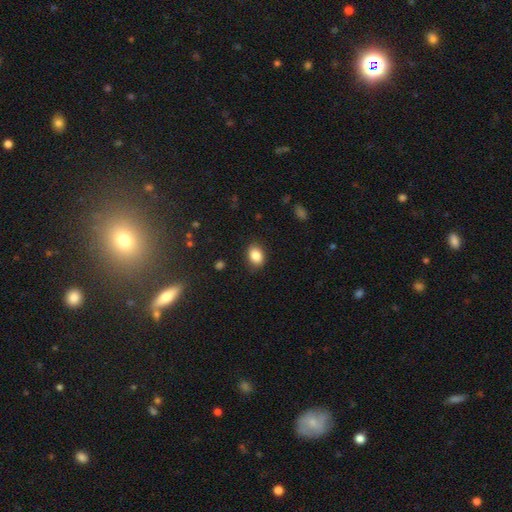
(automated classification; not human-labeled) Smooth or featured?
  - smooth: 86% *
  - star or artifact: 8%
  - featured or disk: 6%
How rounded?
  - in between: 75% *
  - round: 24%
  - cigar-shaped: 1%
Merging?
  - none: 85% *
  - minor disturbance: 11%
  - major disturbance: 3%
  - merger: 1%